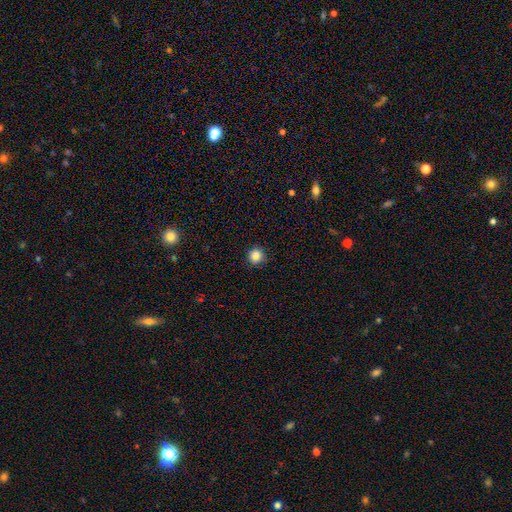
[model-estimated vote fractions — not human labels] Smooth or featured: smooth — 84% (star or artifact — 11%)
How rounded: round — 95% (in between — 4%)
Merging: none — 90% (minor disturbance — 7%)